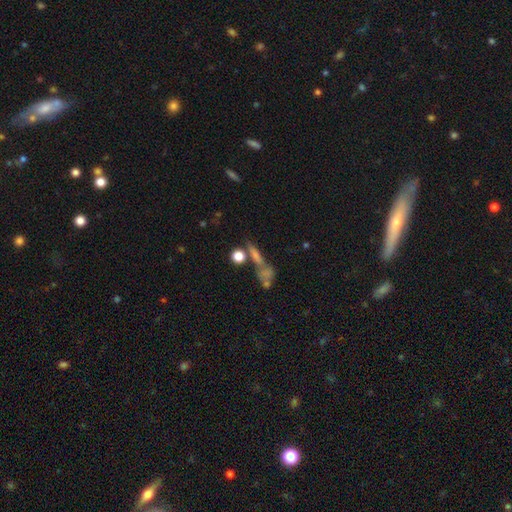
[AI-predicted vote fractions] Morphology: type=smooth (48%); merging=none (45%).